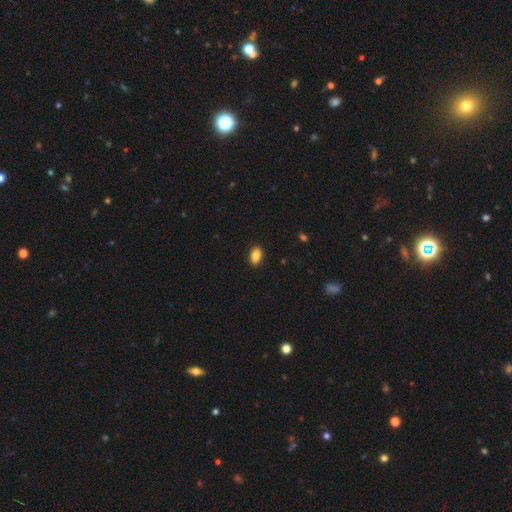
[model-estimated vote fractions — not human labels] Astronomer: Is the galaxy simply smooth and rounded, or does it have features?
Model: smooth — 87%.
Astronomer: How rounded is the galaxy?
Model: in between — 88%.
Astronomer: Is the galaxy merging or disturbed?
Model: none — 90%.